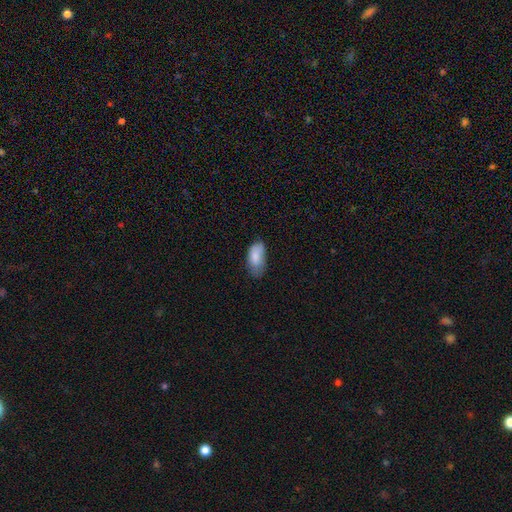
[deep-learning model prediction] This is clearly a smooth galaxy (82%). How rounded: clearly in between (93%). Merging: possibly none (49%).